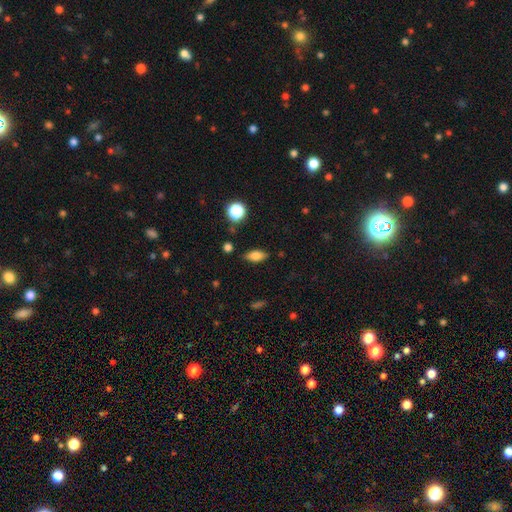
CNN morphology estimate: This appears to be a smooth galaxy with no disk features (75%) that is in between round and cigar-shaped (80%). Merging: none (82%).